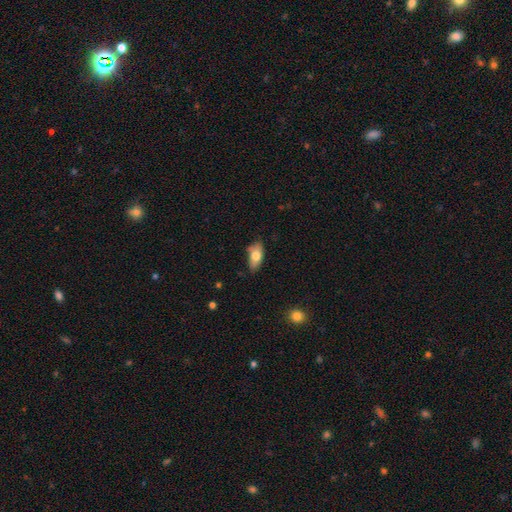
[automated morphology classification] The model was most divided on "merging": none: 71%, minor disturbance: 22%, major disturbance: 4%, merger: 4%. More confident: how rounded — in between (88%); smooth or featured — smooth (73%).